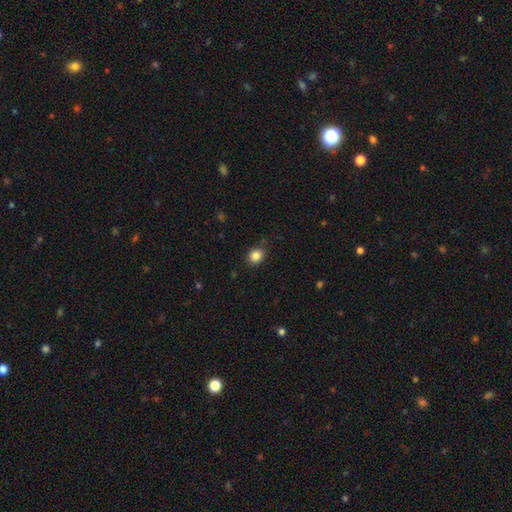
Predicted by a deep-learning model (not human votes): Smooth or featured? smooth (85%)
How rounded? round (68%)
Merging? none (85%)